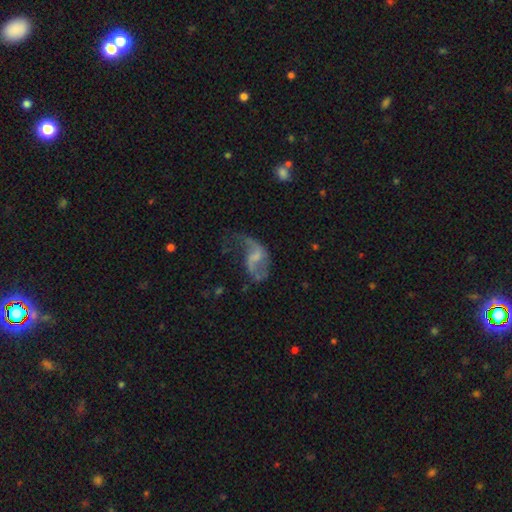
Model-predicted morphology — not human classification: The model was most divided on "merging": none: 38%, major disturbance: 36%, minor disturbance: 21%, merger: 5%. Remaining: edge-on disk — no (97%); spiral arms — yes (84%); spiral winding — loose (78%); smooth or featured — featured or disk (76%); spiral arm count — 2 (73%); bar — weak (47%); bulge size — none (43%).